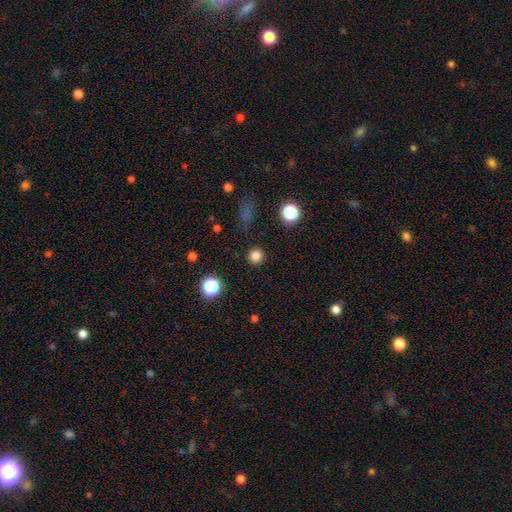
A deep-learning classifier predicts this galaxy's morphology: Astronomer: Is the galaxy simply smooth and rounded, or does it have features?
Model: smooth — 81%.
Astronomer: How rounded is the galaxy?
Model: round — 95%.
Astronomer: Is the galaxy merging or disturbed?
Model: none — 91%.